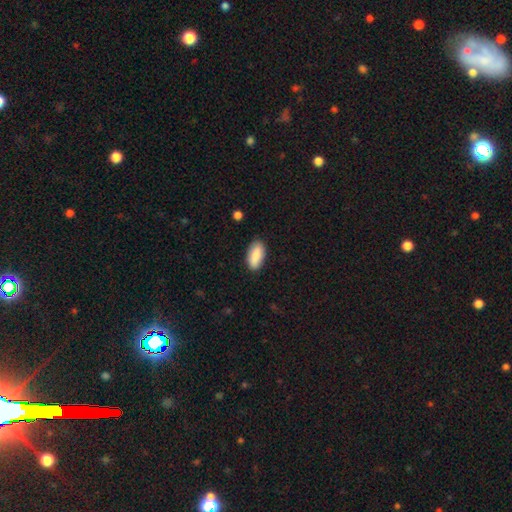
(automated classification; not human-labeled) The model was most divided on "merging": none: 84%, minor disturbance: 12%, major disturbance: 2%, merger: 1%. More confident: how rounded — in between (90%); smooth or featured — smooth (84%).